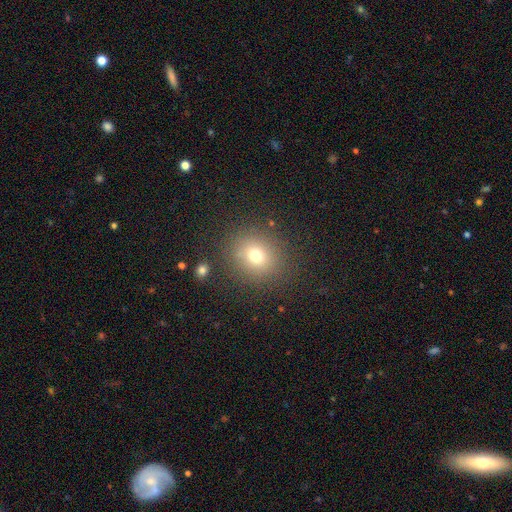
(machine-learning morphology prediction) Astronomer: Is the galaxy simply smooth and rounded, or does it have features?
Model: smooth — 71%.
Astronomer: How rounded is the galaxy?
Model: round — 81%.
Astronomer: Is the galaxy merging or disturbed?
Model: none — 84%.